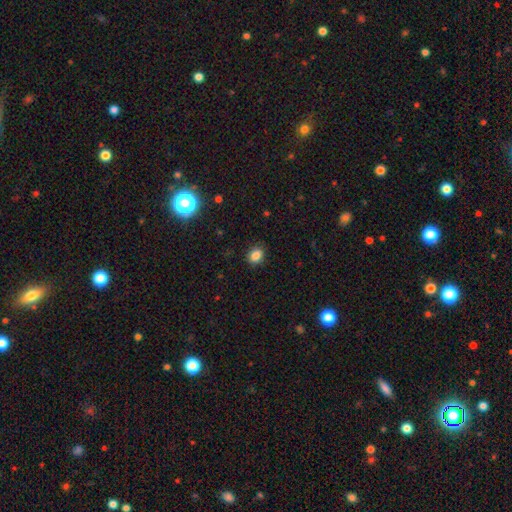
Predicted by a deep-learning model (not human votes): Smooth or featured: smooth — 85% (star or artifact — 11%)
How rounded: round — 51% (in between — 48%)
Merging: none — 88% (minor disturbance — 8%)